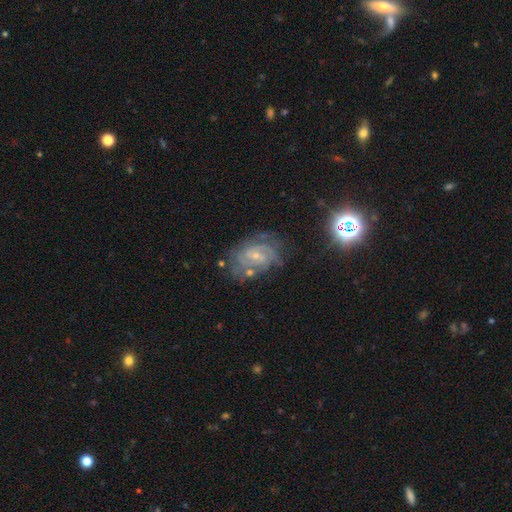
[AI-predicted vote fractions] Overall: featured or disk (80%). Edge-on disk: no (97%). Bar: no (50%; weak 41%). Spiral arms: yes (94%). Spiral arm count: 2 (35%; can't tell 32%). Spiral winding: tight (60%; medium 32%). Bulge size: small (73%). Merging: none (66%).